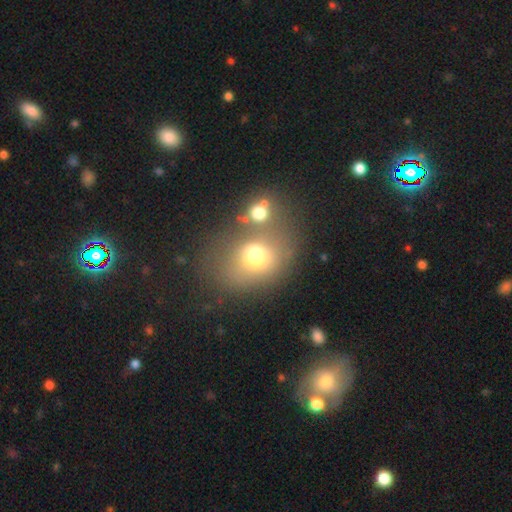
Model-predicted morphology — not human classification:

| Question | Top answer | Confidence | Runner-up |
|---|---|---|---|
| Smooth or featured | smooth | 57% | featured or disk (27%) |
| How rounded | in between | 53% | round (46%) |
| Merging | merger | 54% | none (29%) |